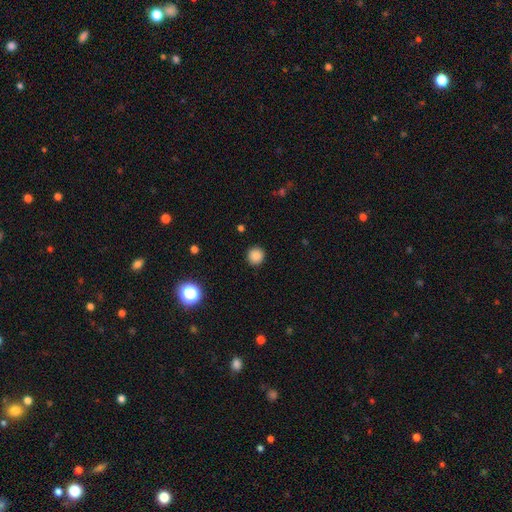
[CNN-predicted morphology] type=smooth (86%); roundness=round (94%); merging=none (92%).